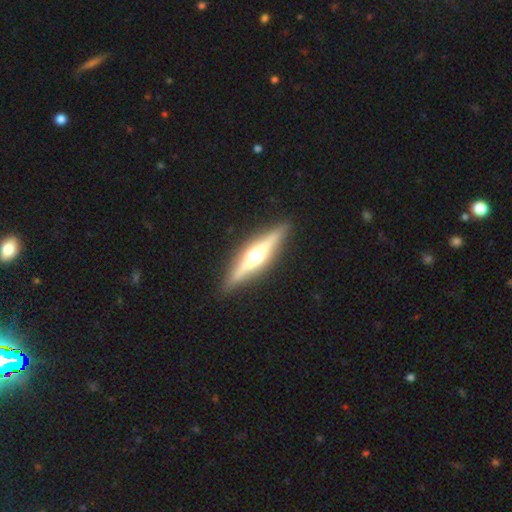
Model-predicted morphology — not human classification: The model was most divided on "smooth or featured": featured or disk: 71%, smooth: 23%, star or artifact: 6%. More confident: edge-on disk — yes (95%); edge-on bulge — rounded (93%); merging — none (90%).